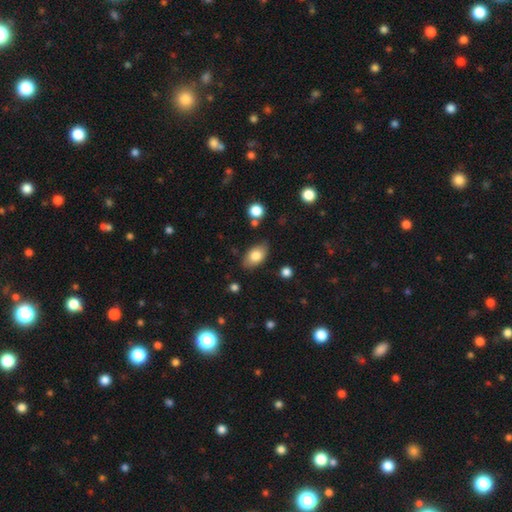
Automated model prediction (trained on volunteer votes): Q: Smooth or featured?
A: smooth (79%); runner-up: featured or disk (14%)
Q: How rounded?
A: in between (91%); runner-up: round (7%)
Q: Merging?
A: none (80%); runner-up: minor disturbance (14%)